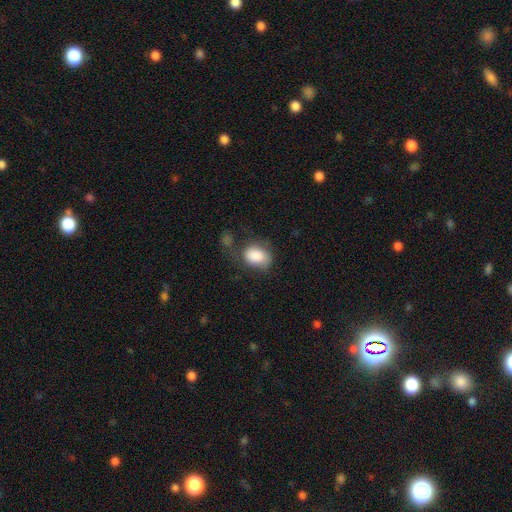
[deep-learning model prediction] A smooth galaxy with no disk features (84%) that is in between round and cigar-shaped (70%).

Vote fractions:
- Smooth or featured? smooth: 84% / featured or disk: 9% / star or artifact: 7%
- How rounded? in between: 70% / round: 29% / cigar-shaped: 1%
- Merging? none: 44% / minor disturbance: 27% / major disturbance: 19% / merger: 10%